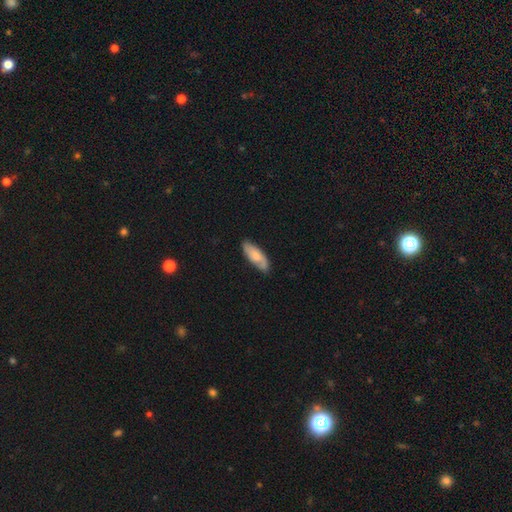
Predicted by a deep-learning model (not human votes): This is possibly a smooth galaxy (57%). How rounded: likely in between (70%). Merging: likely none (80%).